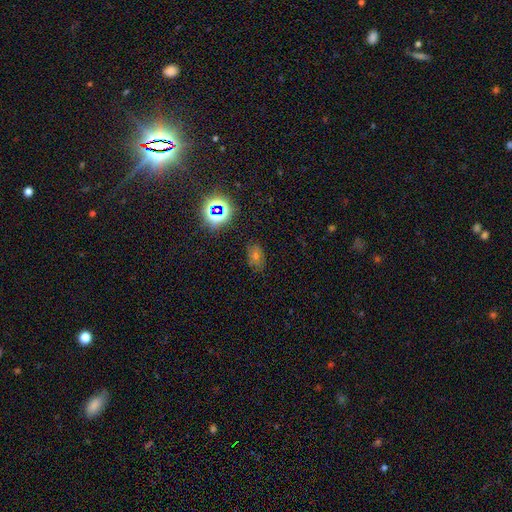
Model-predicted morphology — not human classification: Smooth or featured: smooth — 42% (star or artifact — 40%)
Merging: none — 78% (minor disturbance — 16%)